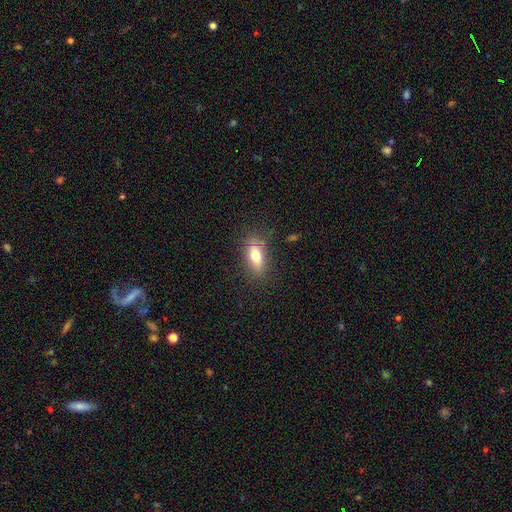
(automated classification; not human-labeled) Smooth or featured: smooth — 72% (featured or disk — 19%)
How rounded: in between — 80% (cigar-shaped — 14%)
Merging: none — 77% (minor disturbance — 16%)